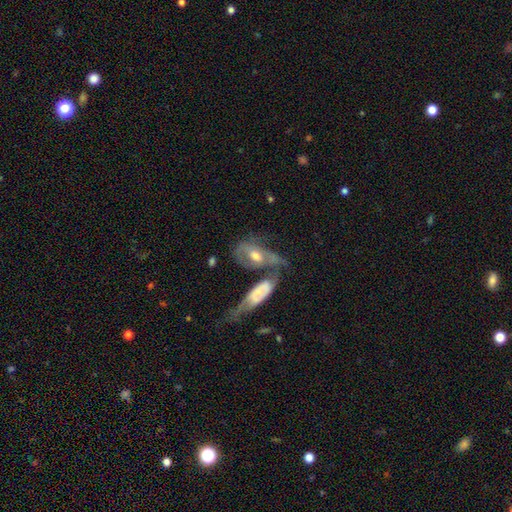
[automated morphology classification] Q: Smooth or featured?
A: featured or disk (64%); runner-up: smooth (28%)
Q: Edge-on disk?
A: no (81%); runner-up: yes (19%)
Q: Bar?
A: no (60%); runner-up: weak (29%)
Q: Spiral arms?
A: yes (68%); runner-up: no (32%)
Q: Bulge size?
A: moderate (59%); runner-up: small (23%)
Q: Merging?
A: merger (50%); runner-up: none (21%)